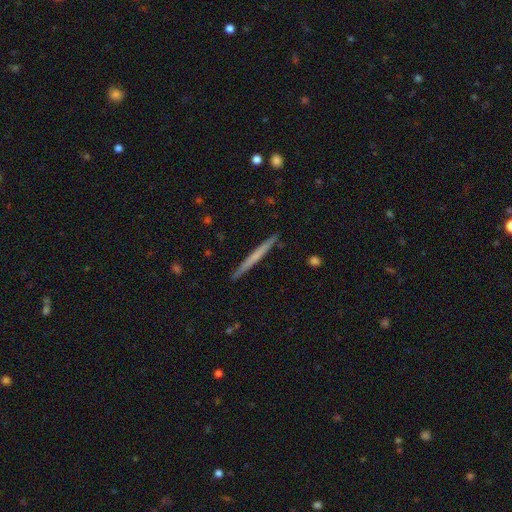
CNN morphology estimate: This appears to be a smooth galaxy with no disk features (49%). Merging: none (92%).